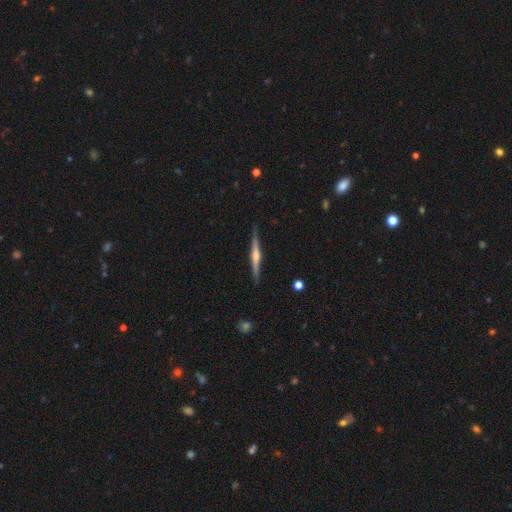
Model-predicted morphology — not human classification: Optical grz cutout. It shows a featured or disk galaxy (76%) viewed edge-on (98%) with a rounded central bulge (83%). Merging: none (89%).